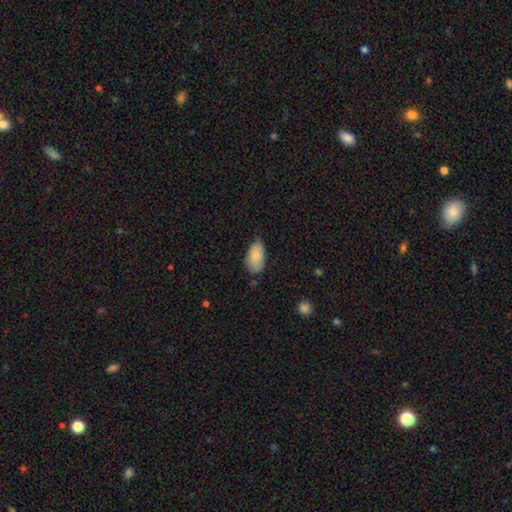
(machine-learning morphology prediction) Smooth or featured? smooth (85%)
How rounded? in between (94%)
Merging? none (54%)